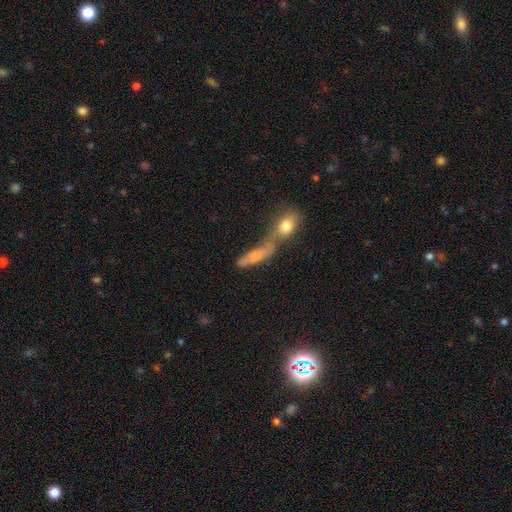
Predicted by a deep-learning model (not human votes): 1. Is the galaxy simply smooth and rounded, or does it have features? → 63% smooth, 27% featured or disk, 11% star or artifact.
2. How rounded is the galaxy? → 47% cigar-shaped, 45% in between, 8% round.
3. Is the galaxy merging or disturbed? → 62% merger, 22% none, 9% minor disturbance, 7% major disturbance.